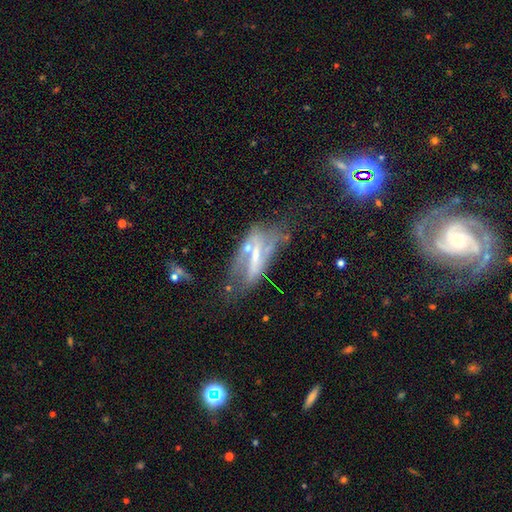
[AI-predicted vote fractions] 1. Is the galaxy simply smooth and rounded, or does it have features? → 64% featured or disk, 24% smooth, 12% star or artifact.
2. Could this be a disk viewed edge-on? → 62% no, 38% yes.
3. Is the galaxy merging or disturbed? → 36% none, 29% major disturbance, 23% minor disturbance, 13% merger.